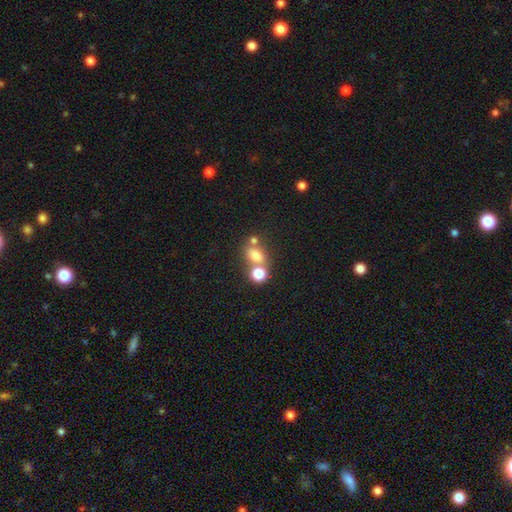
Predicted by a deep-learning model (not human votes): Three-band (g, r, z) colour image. It shows a smooth galaxy with no disk features (73%) that is in between round and cigar-shaped (56%). Merging: none (47%).